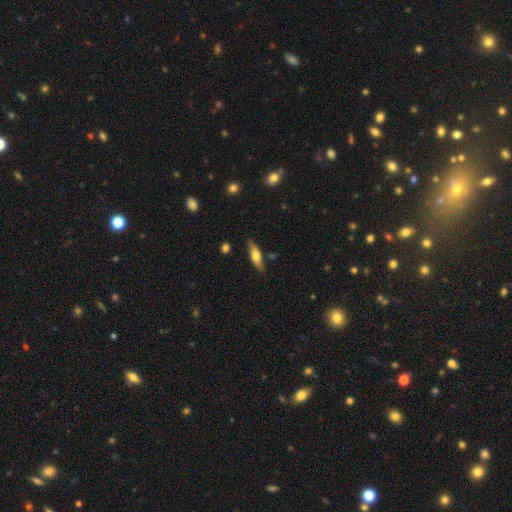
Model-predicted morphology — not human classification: Overall: featured or disk (49%; smooth 44%). Merging: none (82%).